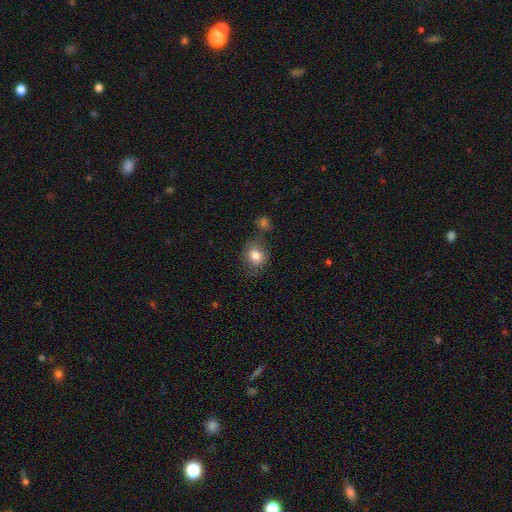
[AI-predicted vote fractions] The model was most divided on "how rounded": round: 64%, in between: 35%, cigar-shaped: 1%. More confident: smooth or featured — smooth (81%); merging — none (68%).